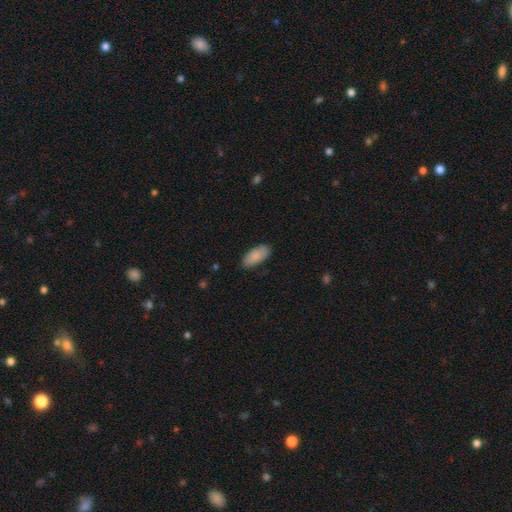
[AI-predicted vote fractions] Smooth or featured?
  - smooth: 85% *
  - featured or disk: 9%
  - star or artifact: 6%
How rounded?
  - in between: 89% *
  - cigar-shaped: 9%
  - round: 2%
Merging?
  - none: 81% *
  - minor disturbance: 15%
  - major disturbance: 3%
  - merger: 1%